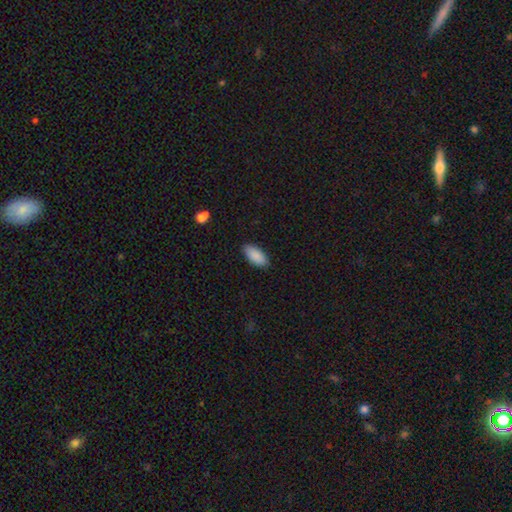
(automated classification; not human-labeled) smooth 89%, star or artifact 6%, featured or disk 4%. Down the decision tree: how rounded — in between (89%); merging — none (86%).